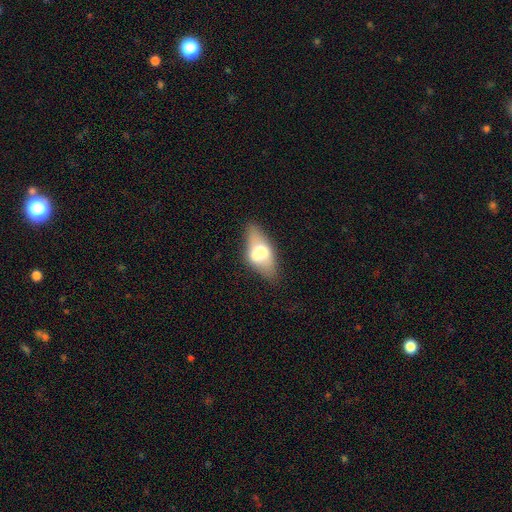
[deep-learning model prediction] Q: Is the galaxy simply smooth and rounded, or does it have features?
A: smooth — 57%.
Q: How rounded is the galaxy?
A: in between — 84%.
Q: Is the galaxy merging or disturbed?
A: none — 47%.